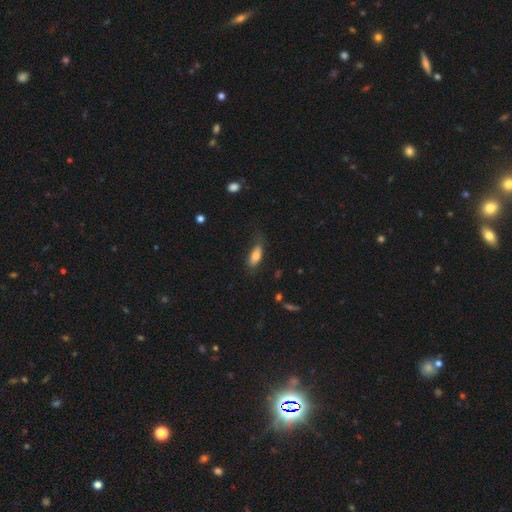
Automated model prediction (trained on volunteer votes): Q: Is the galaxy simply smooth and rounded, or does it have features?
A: smooth — 78%.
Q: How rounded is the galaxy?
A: in between — 78%.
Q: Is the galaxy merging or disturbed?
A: none — 57%.